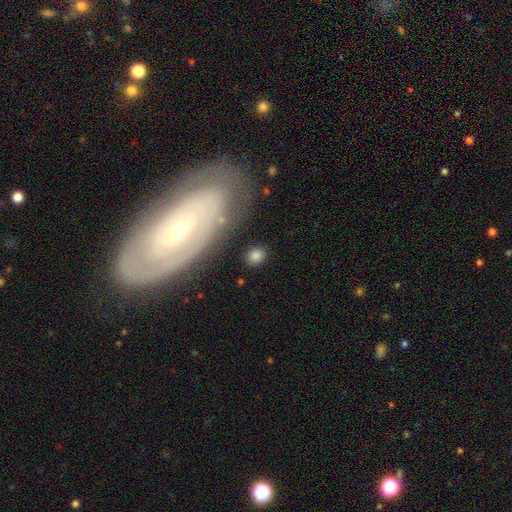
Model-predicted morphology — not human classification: A smooth galaxy with no disk features (81%) that is round (62%). Merging: none (84%).